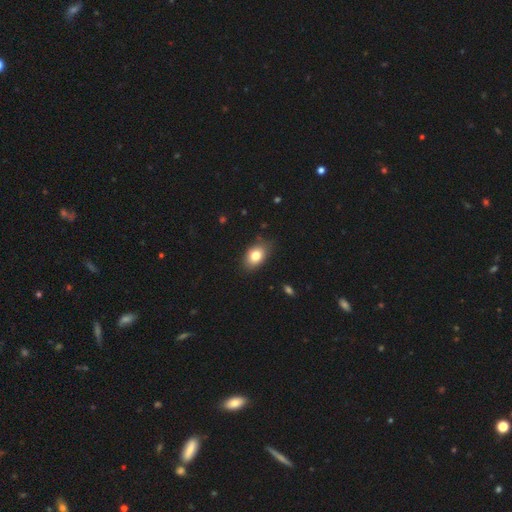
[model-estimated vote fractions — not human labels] Smooth or featured: smooth — 80% (featured or disk — 12%)
How rounded: in between — 83% (round — 16%)
Merging: none — 82% (minor disturbance — 14%)